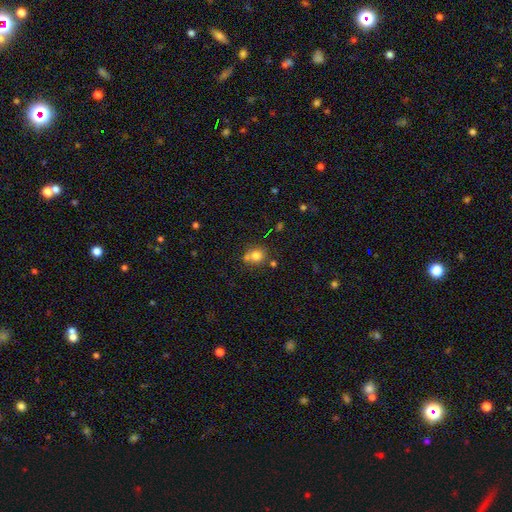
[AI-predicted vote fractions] Overall: smooth (75%). How rounded: round (75%). Merging: none (57%; merger 24%).